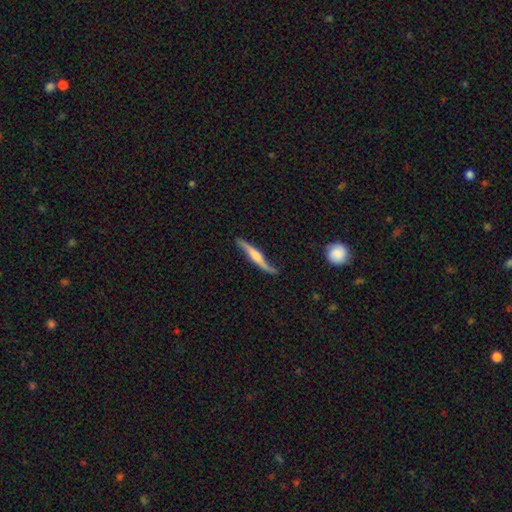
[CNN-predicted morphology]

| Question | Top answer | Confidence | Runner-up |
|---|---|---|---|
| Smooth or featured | featured or disk | 72% | smooth (23%) |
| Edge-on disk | yes | 73% | no (27%) |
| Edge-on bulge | rounded | 66% | boxy (17%) |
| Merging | none | 70% | minor disturbance (21%) |